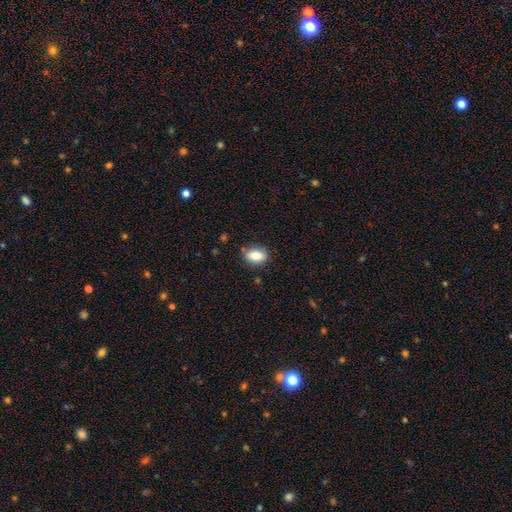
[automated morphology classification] Smooth or featured? Predicted: smooth (p=0.81). How rounded? Predicted: in between (p=0.79). Merging? Predicted: none (p=0.83).